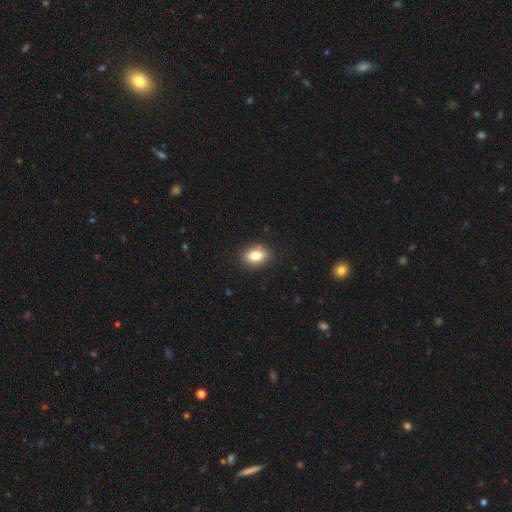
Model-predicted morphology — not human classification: Q: Smooth or featured?
A: smooth (80%); runner-up: featured or disk (10%)
Q: How rounded?
A: in between (71%); runner-up: round (27%)
Q: Merging?
A: none (86%); runner-up: minor disturbance (10%)